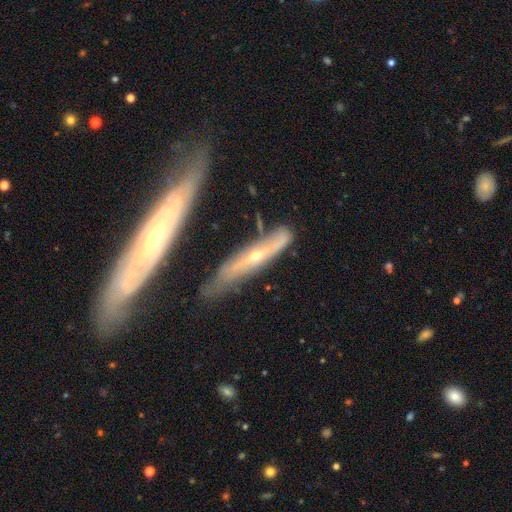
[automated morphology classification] A featured or disk galaxy (68%) viewed edge-on (63%).

Vote fractions:
- Smooth or featured? featured or disk: 68% / smooth: 25% / star or artifact: 7%
- Edge-on disk? yes: 63% / no: 37%
- Merging? none: 63% / minor disturbance: 23% / major disturbance: 8% / merger: 6%